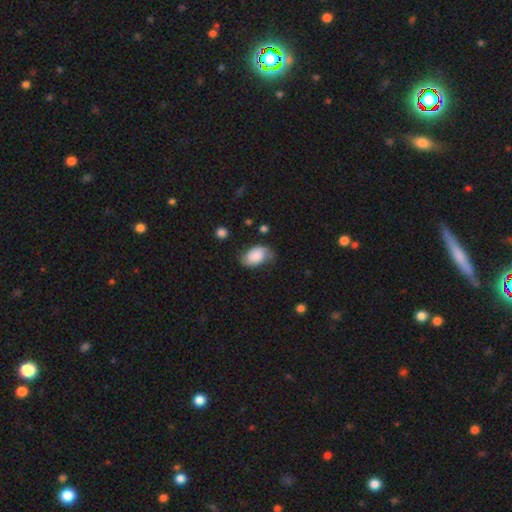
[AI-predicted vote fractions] Morphology: type=smooth (67%); roundness=in between (88%); merging=none (59%).